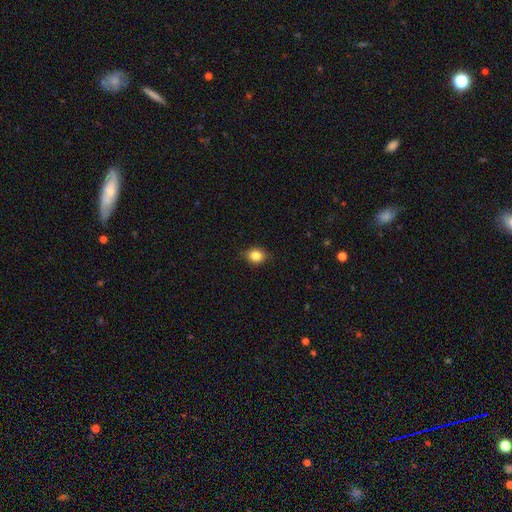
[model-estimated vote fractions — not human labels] This appears to be a smooth galaxy with no disk features (82%) that is round (56%). Merging: none (83%).